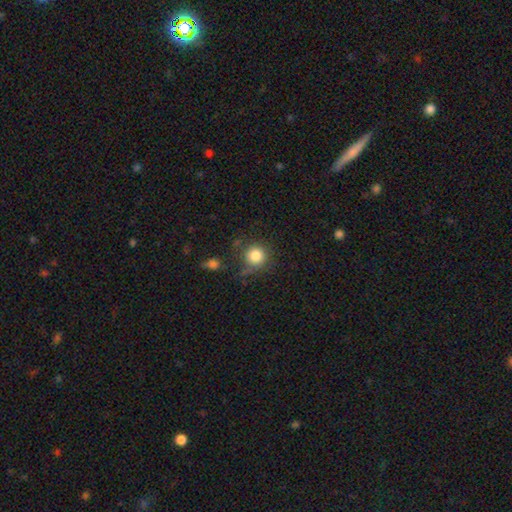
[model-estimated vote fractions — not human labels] Smooth or featured: smooth — 84% (star or artifact — 10%)
How rounded: round — 92% (in between — 7%)
Merging: none — 68% (minor disturbance — 18%)